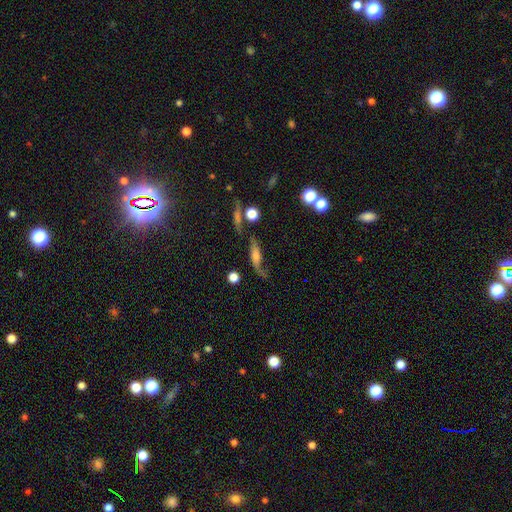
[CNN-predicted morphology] Smooth or featured?
  - featured or disk: 63% *
  - smooth: 26%
  - star or artifact: 11%
Edge-on disk?
  - no: 69% *
  - yes: 31%
Merging?
  - none: 47% *
  - minor disturbance: 23%
  - major disturbance: 21%
  - merger: 9%